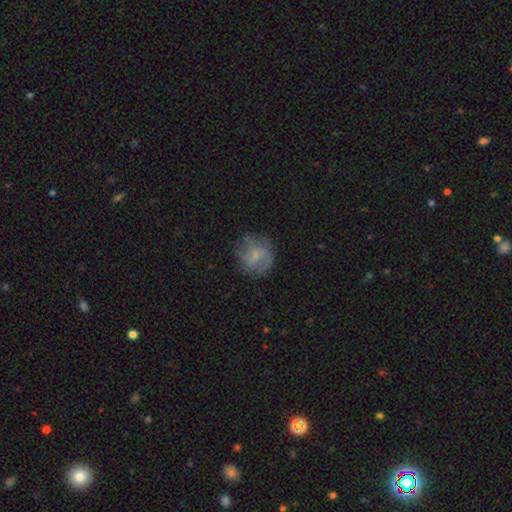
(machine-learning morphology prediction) smooth_or_featured: featured or disk (p=0.51) [alt: smooth p=0.41]
disk_edge_on: no (p=0.98) [alt: yes p=0.02]
merging: none (p=0.73) [alt: minor disturbance p=0.17]